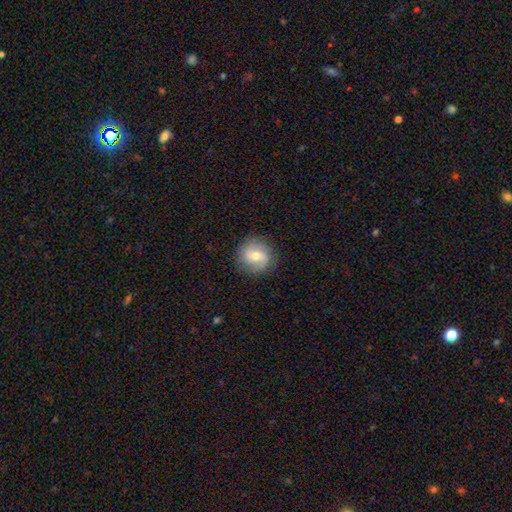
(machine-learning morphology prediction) The model was most divided on "smooth or featured": featured or disk: 51%, smooth: 41%, star or artifact: 8%. More confident: edge-on disk — no (97%); merging — none (85%).